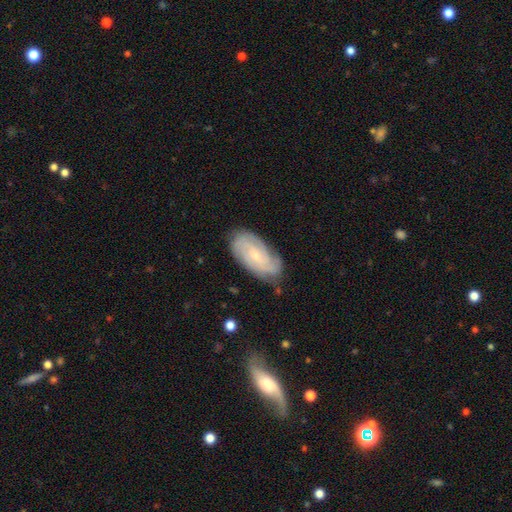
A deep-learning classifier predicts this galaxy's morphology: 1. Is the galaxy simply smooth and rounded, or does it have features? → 74% featured or disk, 20% smooth, 7% star or artifact.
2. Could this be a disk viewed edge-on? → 95% no, 5% yes.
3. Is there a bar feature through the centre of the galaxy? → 67% no, 28% weak, 5% strong.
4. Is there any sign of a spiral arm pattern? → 94% yes, 6% no.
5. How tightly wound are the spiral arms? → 63% tight, 29% medium, 8% loose.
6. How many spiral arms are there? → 34% can't tell, 22% 3, 21% 2, 14% 4, 5% 1, 5% more than 4.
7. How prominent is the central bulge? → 75% small, 20% moderate, 3% none, 1% large, 1% dominant.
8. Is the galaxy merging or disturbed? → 73% none, 20% minor disturbance, 5% major disturbance, 1% merger.